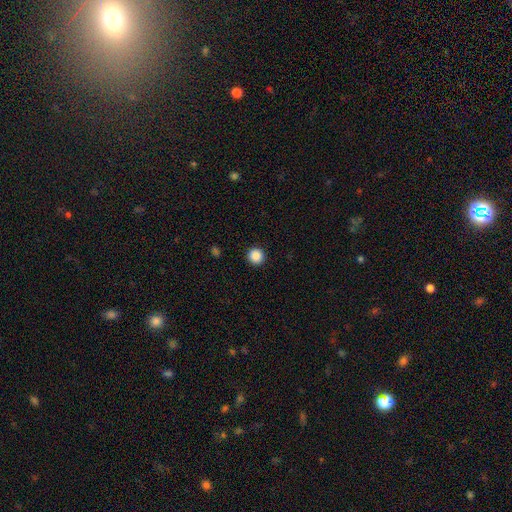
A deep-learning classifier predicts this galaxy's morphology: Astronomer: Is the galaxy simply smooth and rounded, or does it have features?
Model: smooth — 88%.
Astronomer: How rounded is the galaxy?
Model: round — 95%.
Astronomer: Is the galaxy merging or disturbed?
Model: none — 93%.